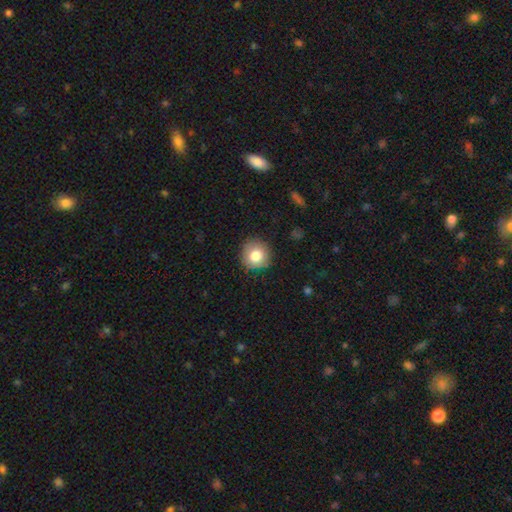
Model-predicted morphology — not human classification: Overall: smooth (80%). How rounded: round (92%). Merging: none (86%).